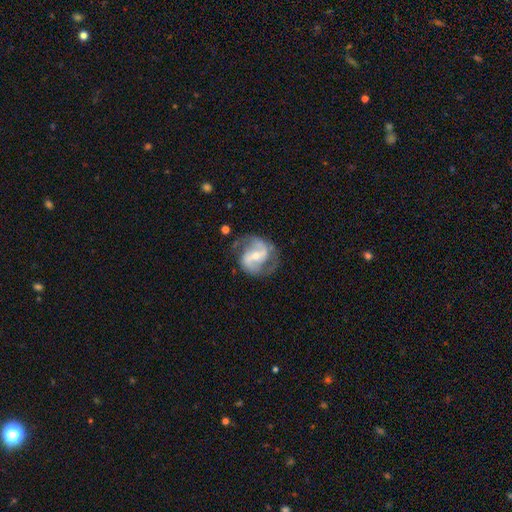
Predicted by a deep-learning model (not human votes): This appears to be a featured or disk galaxy (83%) with a strong bar (40%), 2 (88%) medium (51%) spiral arms (91%) and a small central bulge (50%). Merging: none (68%).